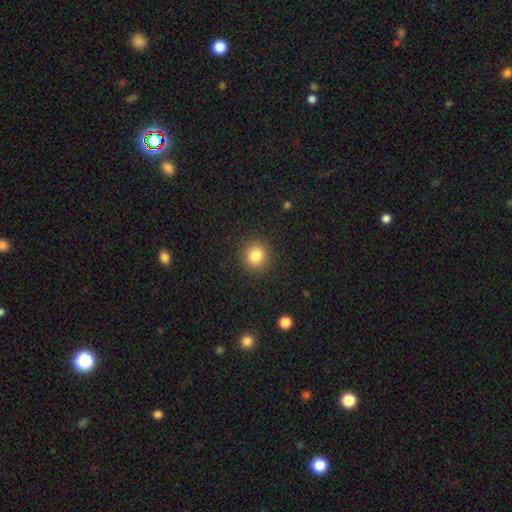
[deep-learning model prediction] Smooth or featured? Predicted: smooth (p=0.83). How rounded? Predicted: round (p=0.89). Merging? Predicted: none (p=0.90).